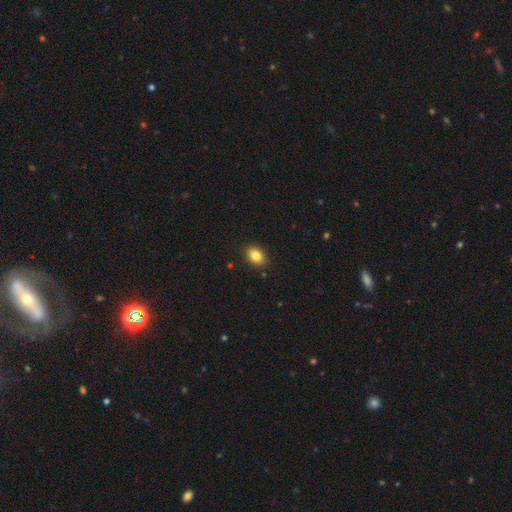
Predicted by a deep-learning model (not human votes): This appears to be a smooth galaxy with no disk features (83%) that is in between round and cigar-shaped (74%). Merging: none (89%).